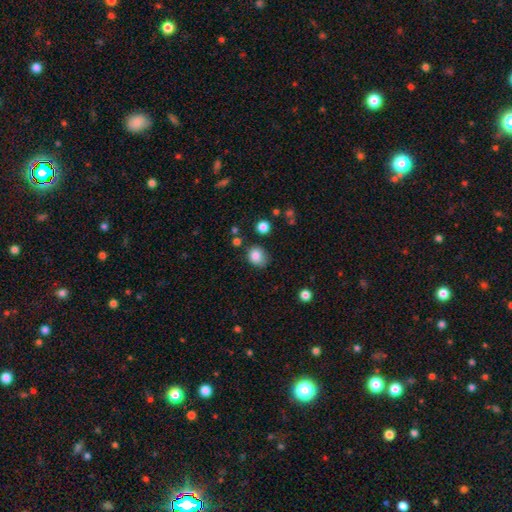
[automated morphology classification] Overall: smooth (84%). How rounded: round (65%; in between 35%). Merging: none (67%).